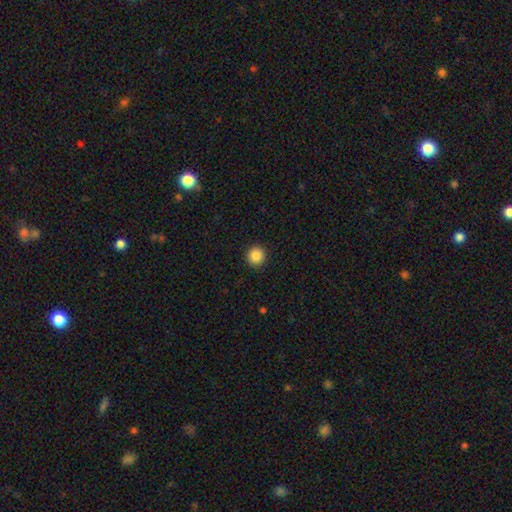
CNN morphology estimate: type=smooth (87%); roundness=round (95%); merging=none (93%).